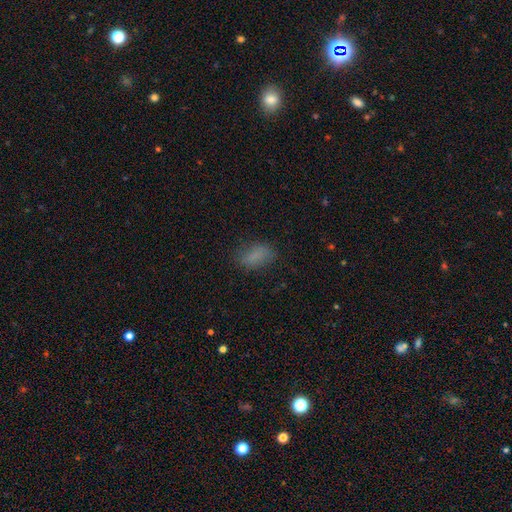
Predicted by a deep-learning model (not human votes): Smooth or featured? Predicted: smooth (p=0.80). How rounded? Predicted: in between (p=0.88). Merging? Predicted: none (p=0.74).